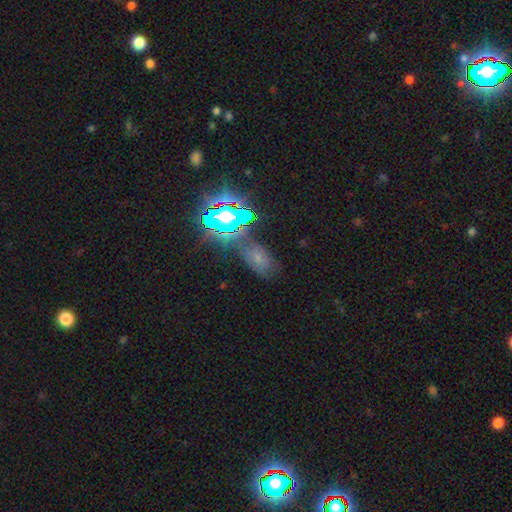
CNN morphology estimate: smooth-or-featured: star or artifact: 58% | smooth: 26% | featured or disk: 16%